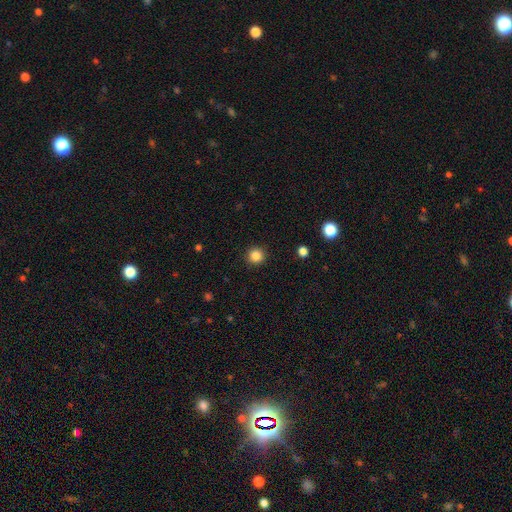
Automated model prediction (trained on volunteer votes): Smooth or featured: smooth — 85% (star or artifact — 12%)
How rounded: round — 95% (in between — 4%)
Merging: none — 93% (minor disturbance — 5%)